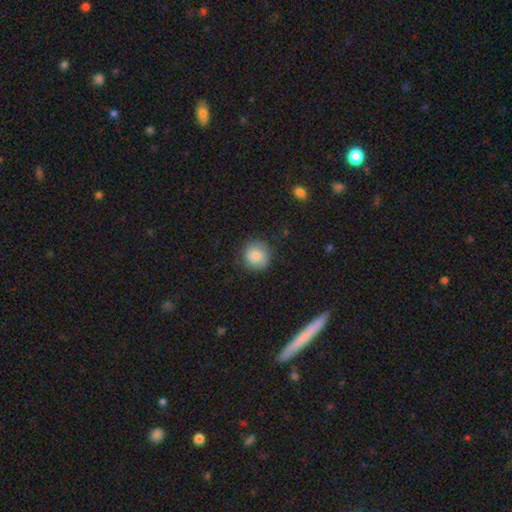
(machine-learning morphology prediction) smooth-or-featured: smooth: 77% | featured or disk: 15% | star or artifact: 8%
  how-rounded: round: 88% | in between: 11% | cigar-shaped: 1%
  merging: none: 80% | minor disturbance: 14% | major disturbance: 4% | merger: 1%